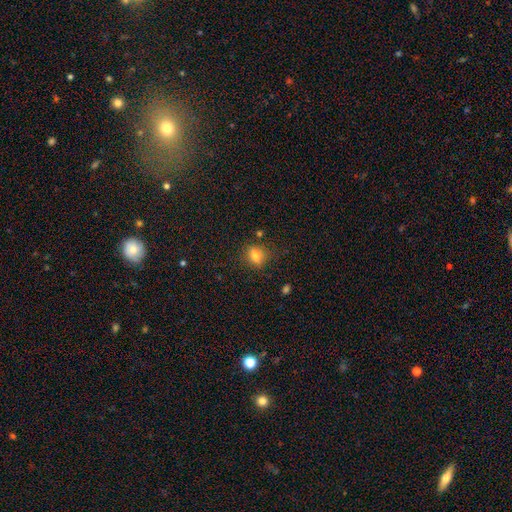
Q: Smooth or featured?
A: smooth (54%); runner-up: featured or disk (36%)
Q: How rounded?
A: in between (52%); runner-up: round (29%)
Q: Merging?
A: none (83%); runner-up: minor disturbance (11%)